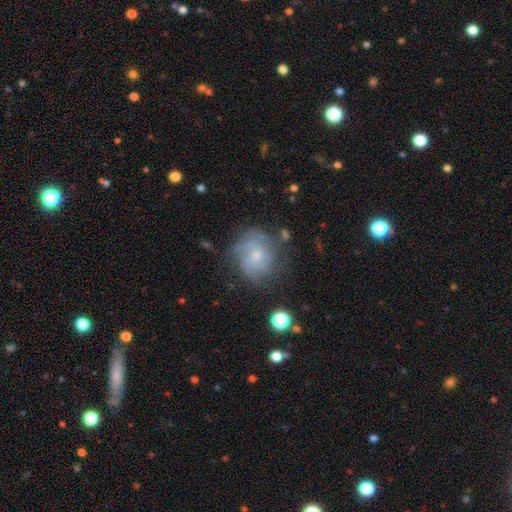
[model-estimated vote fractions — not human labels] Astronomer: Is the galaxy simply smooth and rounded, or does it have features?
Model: featured or disk — 64%.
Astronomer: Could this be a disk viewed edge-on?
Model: no — 97%.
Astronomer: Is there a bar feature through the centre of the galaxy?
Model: no — 73%.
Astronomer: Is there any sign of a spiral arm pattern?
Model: yes — 81%.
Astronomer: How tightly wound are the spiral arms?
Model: tight — 47% (runner-up: medium, 37%).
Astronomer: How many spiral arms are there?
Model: can't tell — 46%.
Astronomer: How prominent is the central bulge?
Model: small — 60%.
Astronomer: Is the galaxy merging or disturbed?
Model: none — 61%.